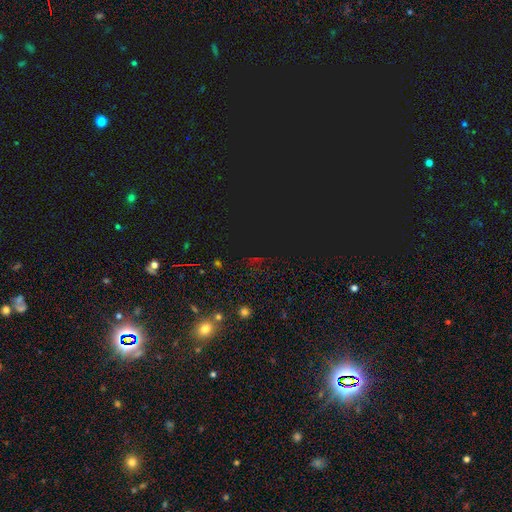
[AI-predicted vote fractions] star or artifact 78%, smooth 15%, featured or disk 8%.